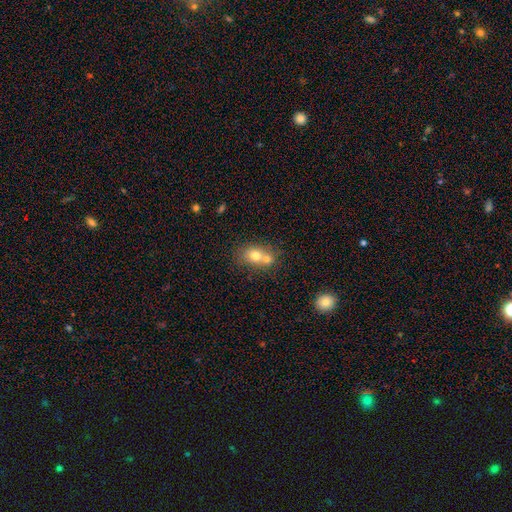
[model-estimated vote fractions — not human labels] smooth-or-featured: smooth: 71% | featured or disk: 18% | star or artifact: 11%
  how-rounded: in between: 50% | round: 48% | cigar-shaped: 1%
  merging: merger: 55% | none: 34% | minor disturbance: 8% | major disturbance: 3%